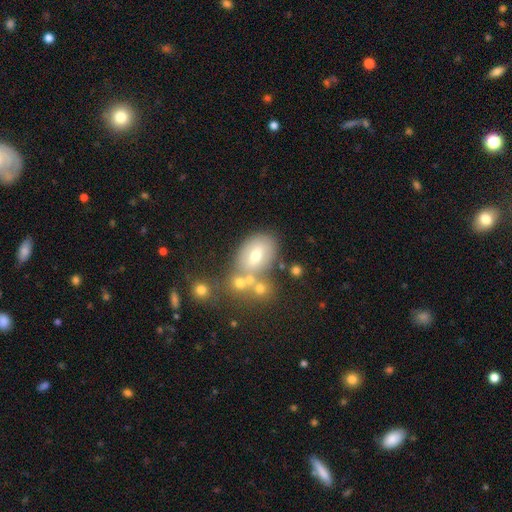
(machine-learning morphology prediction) A smooth galaxy with no disk features (59%) that is in between round and cigar-shaped (76%). Merging: none (53%).